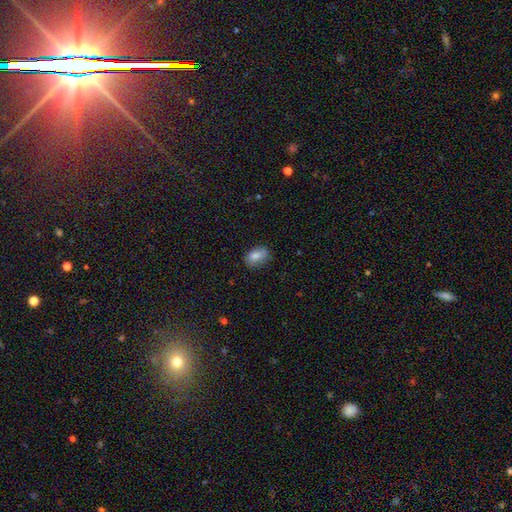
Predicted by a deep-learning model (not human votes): The model was most divided on "merging": none: 77%, minor disturbance: 18%, major disturbance: 4%, merger: 2%. More confident: how rounded — in between (84%); smooth or featured — smooth (76%).